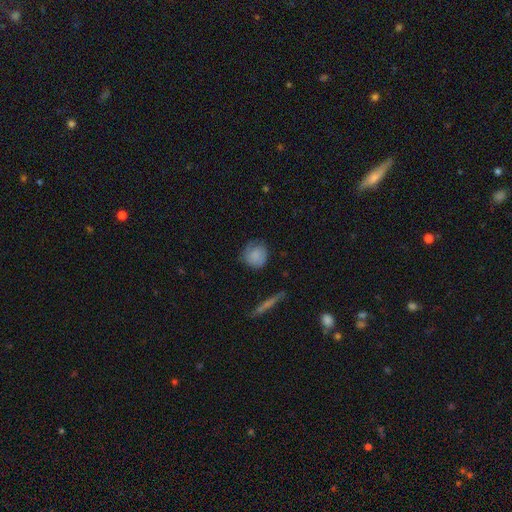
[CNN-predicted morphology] This is likely a smooth galaxy (69%). How rounded: clearly round (81%). Merging: likely none (63%).